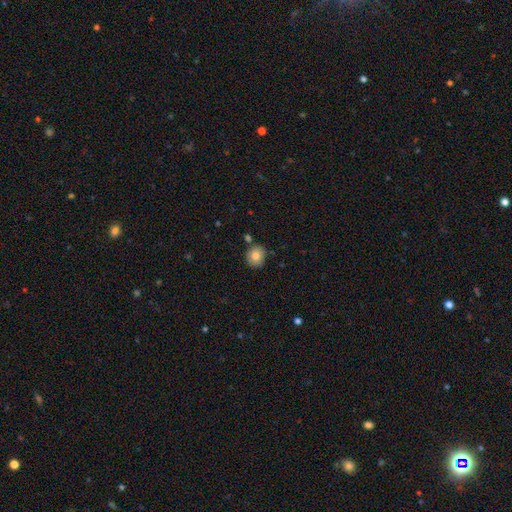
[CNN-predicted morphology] smooth-or-featured: smooth: 83% | featured or disk: 9% | star or artifact: 9%
  how-rounded: round: 77% | in between: 22% | cigar-shaped: 1%
  merging: none: 79% | minor disturbance: 13% | merger: 6% | major disturbance: 3%